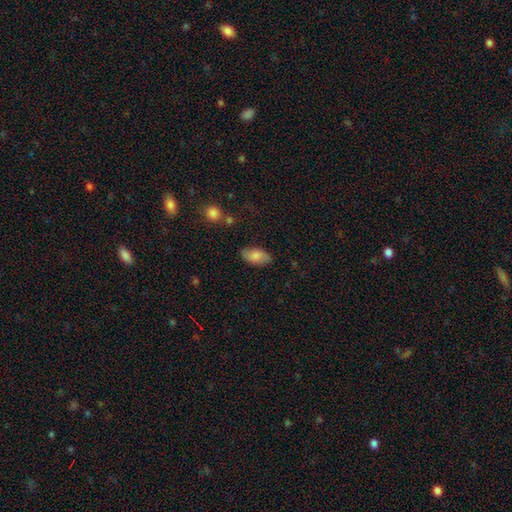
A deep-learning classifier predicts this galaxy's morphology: This is clearly a smooth galaxy (81%). How rounded: clearly in between (93%). Merging: clearly none (82%).